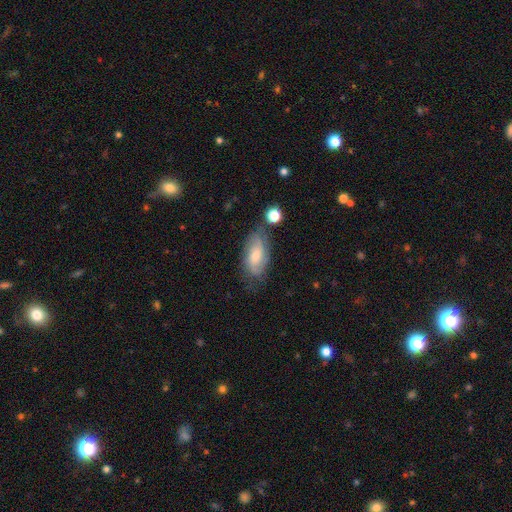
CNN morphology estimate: This appears to be a featured or disk galaxy (54%). Merging: none (62%).